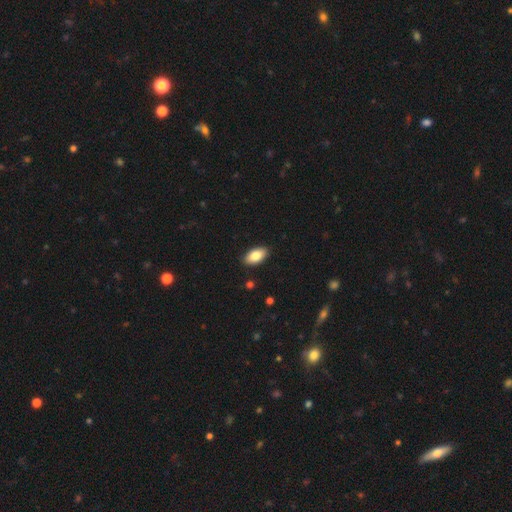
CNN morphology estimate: Smooth or featured: smooth — 83% (featured or disk — 10%)
How rounded: in between — 93% (round — 3%)
Merging: none — 89% (minor disturbance — 8%)